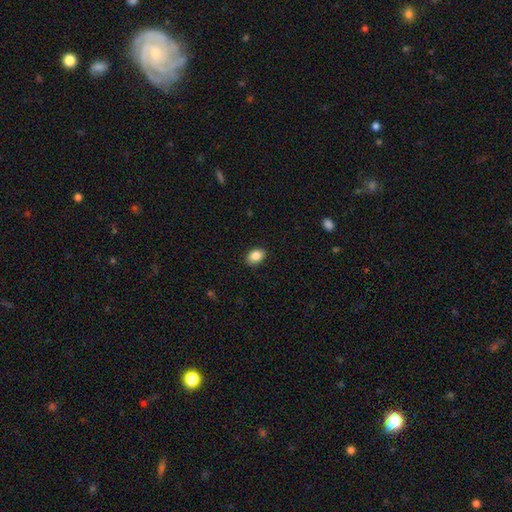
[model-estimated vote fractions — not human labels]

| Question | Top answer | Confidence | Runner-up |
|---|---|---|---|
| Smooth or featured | smooth | 87% | star or artifact (9%) |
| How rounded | in between | 73% | round (26%) |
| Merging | none | 88% | minor disturbance (9%) |